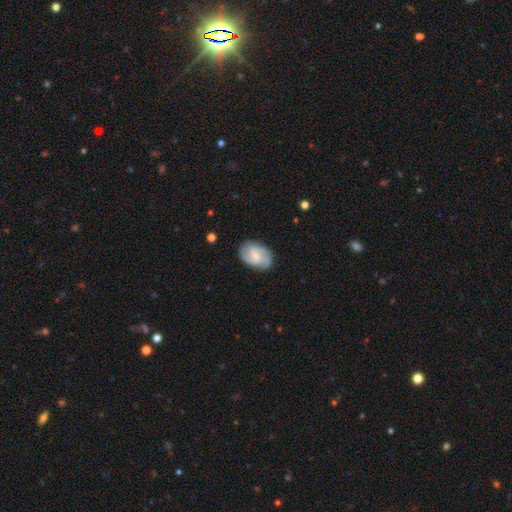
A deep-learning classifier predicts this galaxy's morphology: smooth-or-featured: featured or disk: 71% | smooth: 23% | star or artifact: 6%
  disk-edge-on: no: 98% | yes: 2%
    bar: weak: 54% | no: 32% | strong: 14%
    has-spiral-arms: yes: 94% | no: 6%
      spiral-winding: medium: 47% | tight: 37% | loose: 16%
      spiral-arm-count: 2: 65% | 3: 15% | can't tell: 12% | 1: 3% | 4: 3% | more than 4: 2%
    bulge-size: small: 42% | none: 31% | moderate: 22% | large: 4% | dominant: 1%
  merging: none: 80% | minor disturbance: 15% | major disturbance: 4% | merger: 1%